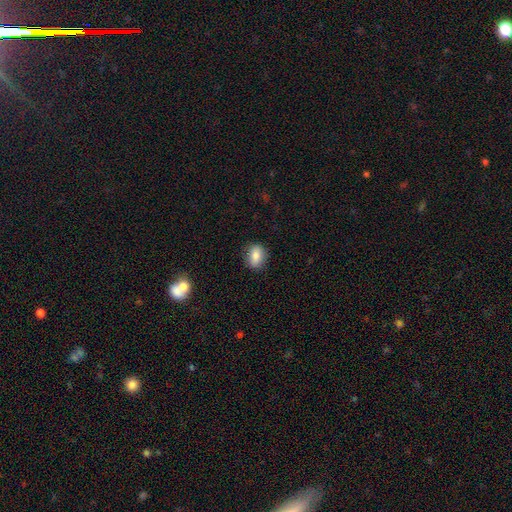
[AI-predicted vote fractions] Smooth or featured? smooth (82%)
How rounded? in between (64%)
Merging? none (85%)